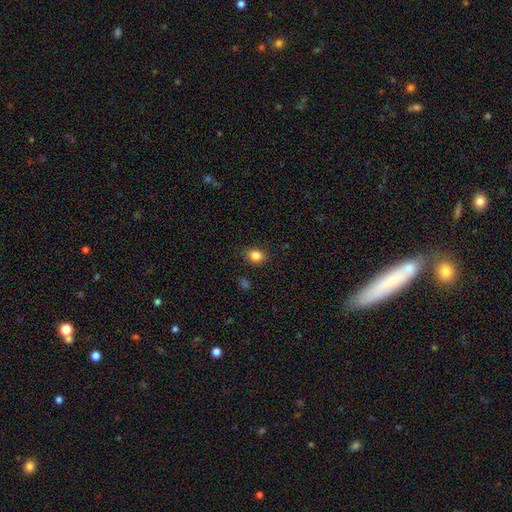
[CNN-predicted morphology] A smooth galaxy with no disk features (84%) that is in between round and cigar-shaped (61%). Merging: none (86%).